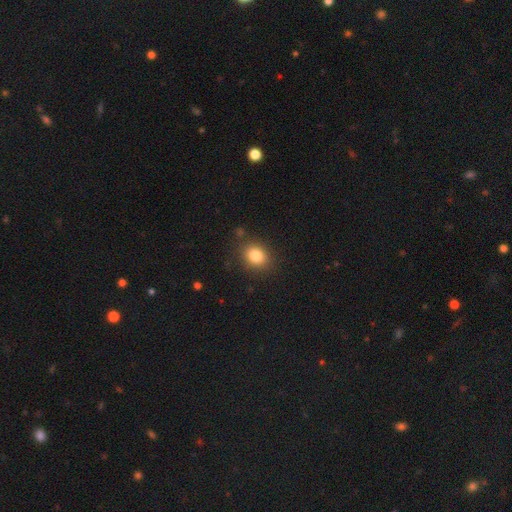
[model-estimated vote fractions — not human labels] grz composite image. It shows a smooth galaxy with no disk features (82%) that is round (64%). Merging: none (85%).